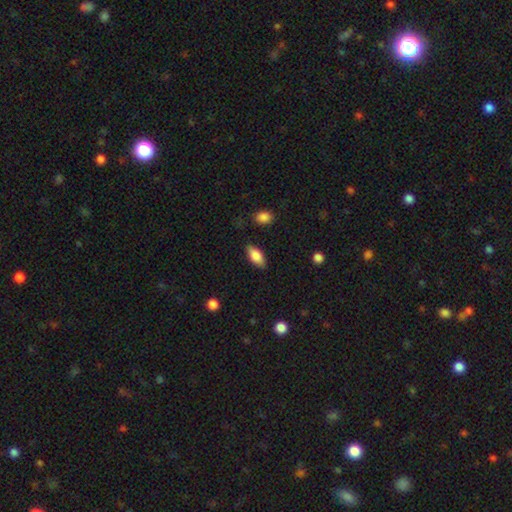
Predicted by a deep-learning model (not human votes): This appears to be a smooth galaxy with no disk features (80%) that is in between round and cigar-shaped (87%). Merging: none (83%).